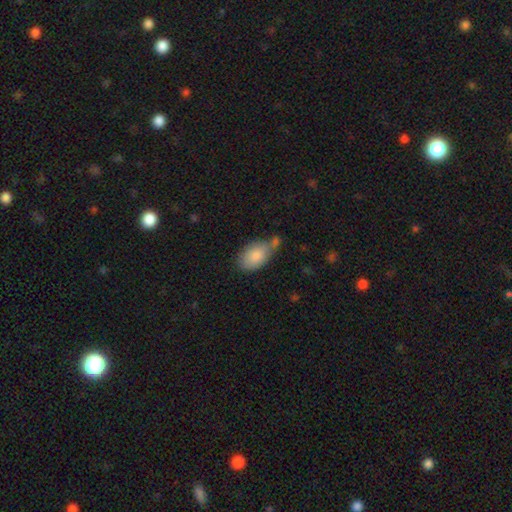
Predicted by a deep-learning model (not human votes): Smooth or featured? smooth (83%)
How rounded? in between (91%)
Merging? none (50%)